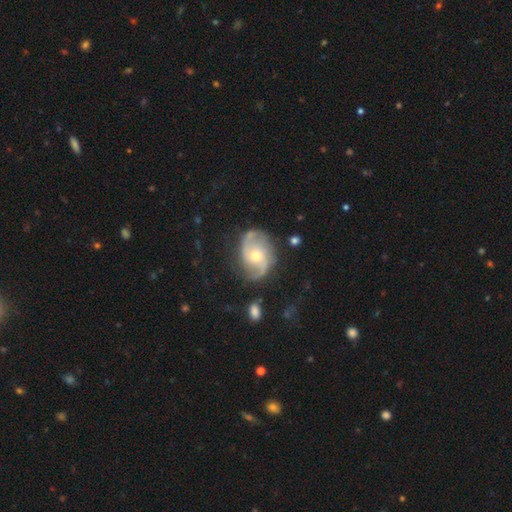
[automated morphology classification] This appears to be a featured or disk galaxy (83%) with no bar (64%), 2 (86%) medium (42%) spiral arms (95%) and a moderate central bulge (54%). Merging: none (72%).